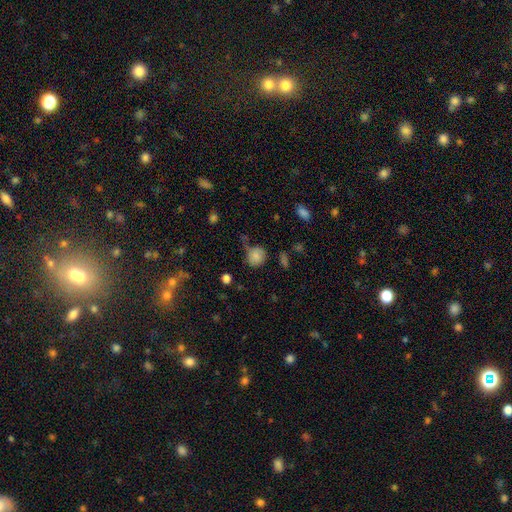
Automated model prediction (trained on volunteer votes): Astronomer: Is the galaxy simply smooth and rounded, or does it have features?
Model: smooth — 82%.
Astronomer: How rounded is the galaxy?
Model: round — 77%.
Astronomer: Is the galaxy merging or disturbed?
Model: none — 60%.